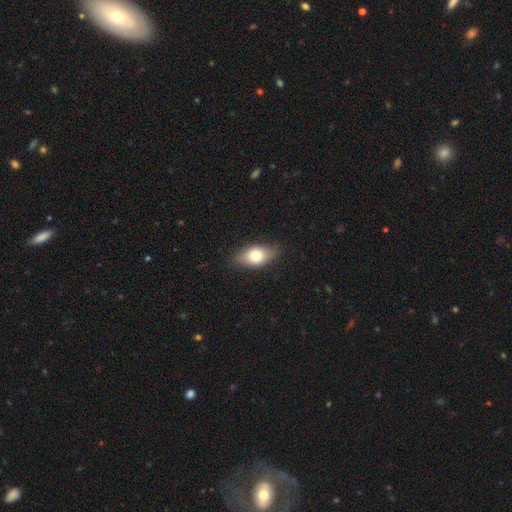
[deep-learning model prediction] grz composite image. It shows a smooth galaxy with no disk features (75%) that is in between round and cigar-shaped (85%). Merging: none (80%).